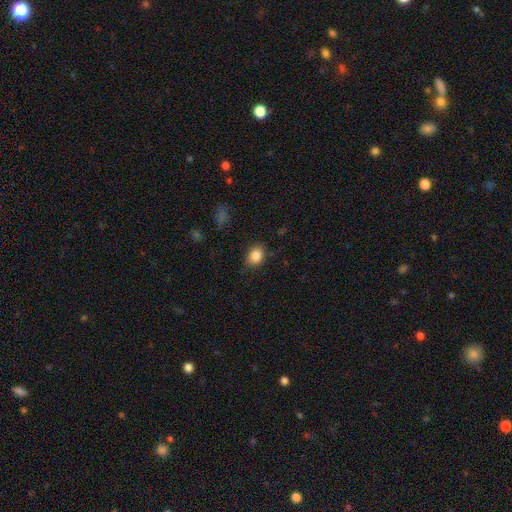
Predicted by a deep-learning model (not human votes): Morphology: type=smooth (86%); roundness=in between (64%); merging=none (81%).